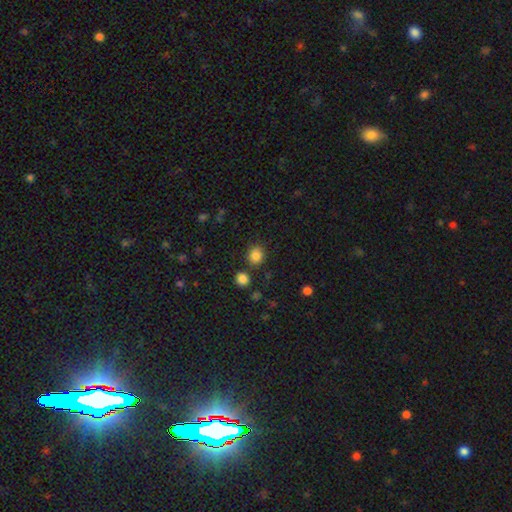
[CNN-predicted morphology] type=smooth (84%); roundness=round (78%); merging=none (82%).